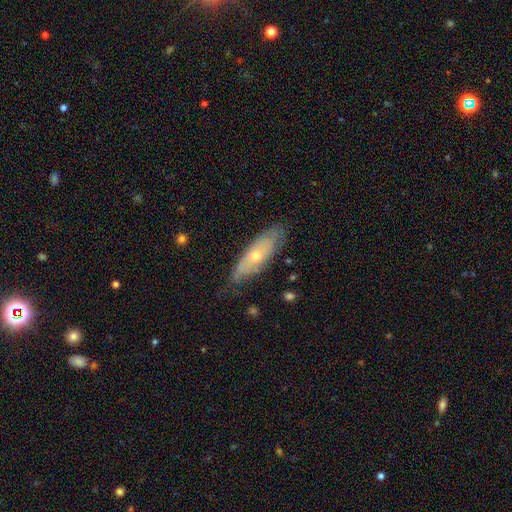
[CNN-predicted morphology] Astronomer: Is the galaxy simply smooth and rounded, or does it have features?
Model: featured or disk — 56% (runner-up: smooth, 37%).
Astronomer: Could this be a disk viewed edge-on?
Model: no — 71%.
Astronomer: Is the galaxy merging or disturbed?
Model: none — 70%.